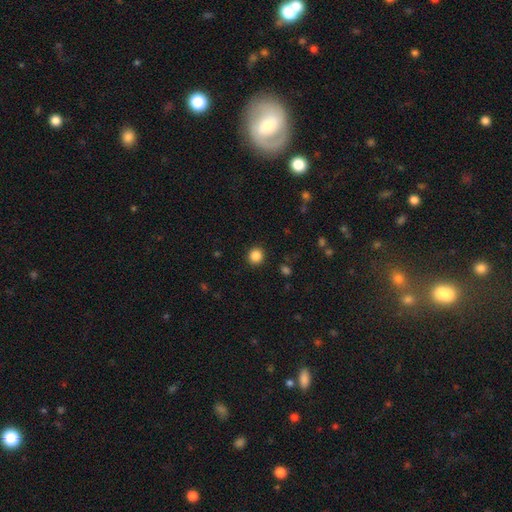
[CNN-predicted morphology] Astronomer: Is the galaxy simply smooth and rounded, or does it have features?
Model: smooth — 86%.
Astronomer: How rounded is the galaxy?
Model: round — 91%.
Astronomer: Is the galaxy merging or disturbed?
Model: none — 91%.